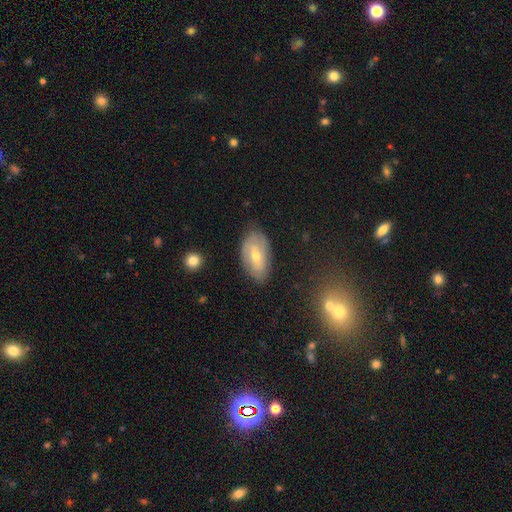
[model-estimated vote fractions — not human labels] A featured or disk galaxy (47%). Merging: none (75%).